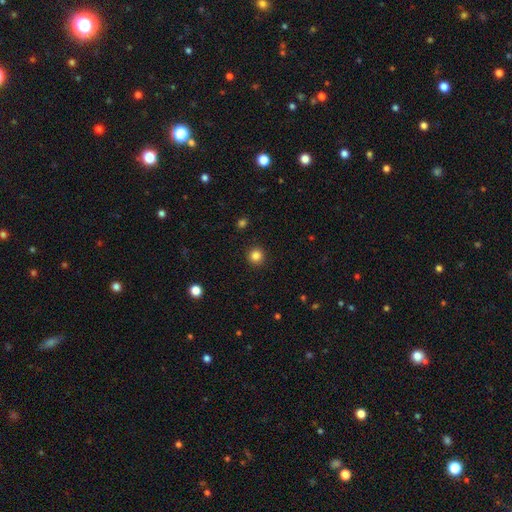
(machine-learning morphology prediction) A smooth galaxy with no disk features (84%) that is round (95%).

Vote fractions:
- Smooth or featured? smooth: 84% / star or artifact: 12% / featured or disk: 4%
- How rounded? round: 95% / in between: 4% / cigar-shaped: 1%
- Merging? none: 93% / minor disturbance: 5% / major disturbance: 2% / merger: 1%